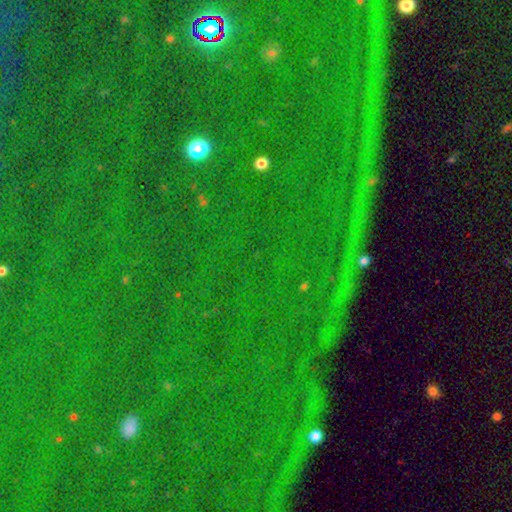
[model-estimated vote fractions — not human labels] Overall: star or artifact (80%).